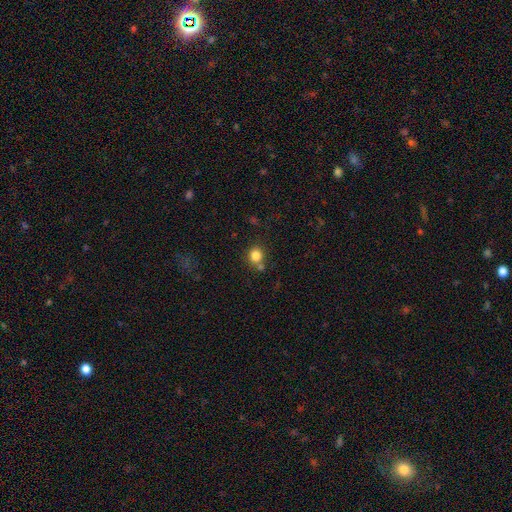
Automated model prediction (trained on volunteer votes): A smooth galaxy with no disk features (82%) that is round (83%). Merging: none (68%).